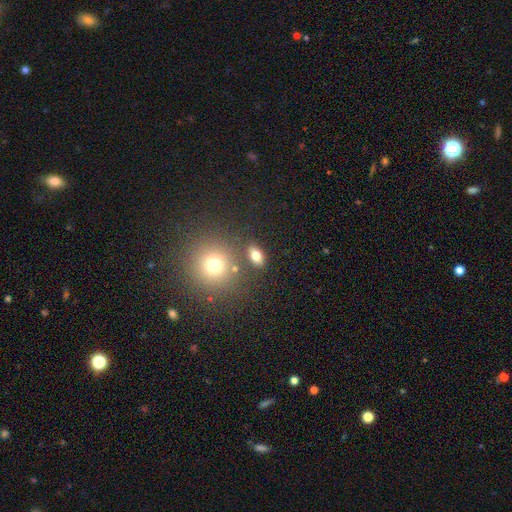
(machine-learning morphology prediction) type=smooth (77%); roundness=in between (77%); merging=none (77%).